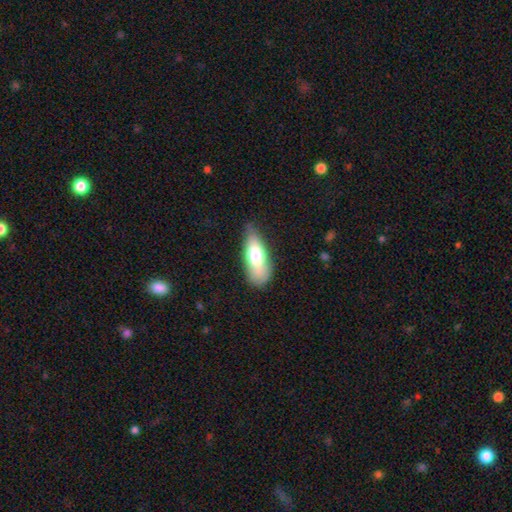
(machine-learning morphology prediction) Smooth or featured? Predicted: smooth (p=0.69). How rounded? Predicted: in between (p=0.70). Merging? Predicted: none (p=0.65).